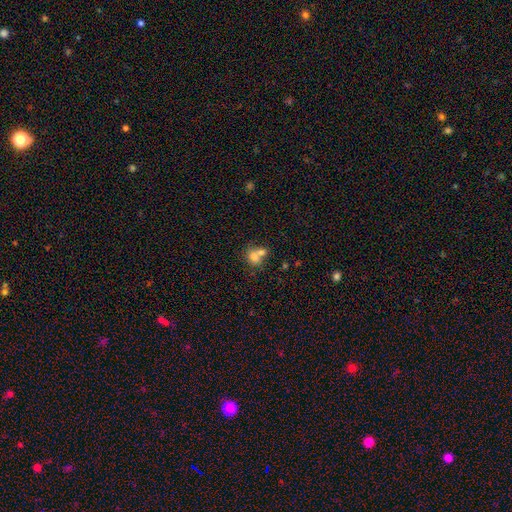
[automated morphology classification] Smooth or featured: smooth — 74% (featured or disk — 15%)
How rounded: in between — 51% (round — 48%)
Merging: merger — 61% (none — 27%)